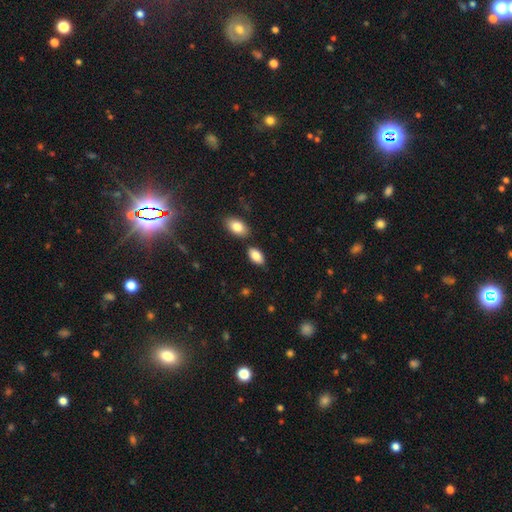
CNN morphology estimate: A smooth galaxy with no disk features (84%) that is in between round and cigar-shaped (93%). Merging: none (77%).